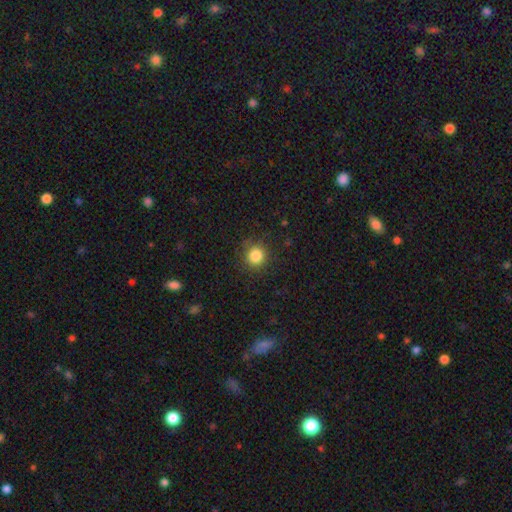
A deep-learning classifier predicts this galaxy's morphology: smooth_or_featured: smooth (p=0.84) [alt: star or artifact p=0.11]
how_rounded: round (p=0.92) [alt: in between p=0.07]
merging: none (p=0.87) [alt: minor disturbance p=0.09]